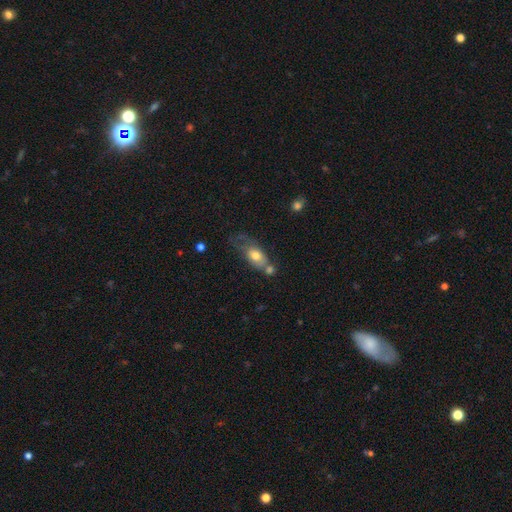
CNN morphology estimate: This is likely a smooth galaxy (66%). How rounded: clearly in between (82%). Merging: marginally merger (30%).